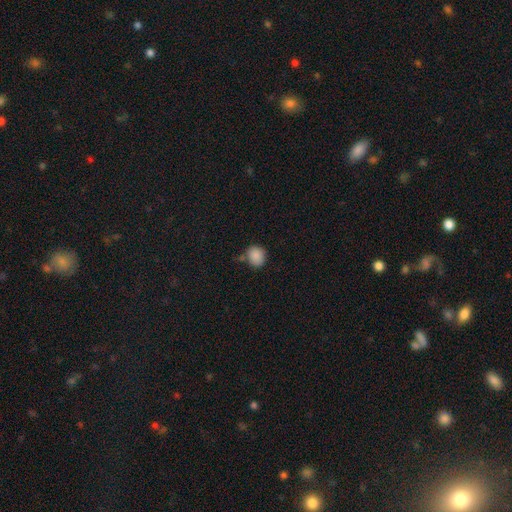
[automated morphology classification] type=smooth (88%); roundness=round (73%); merging=none (67%).